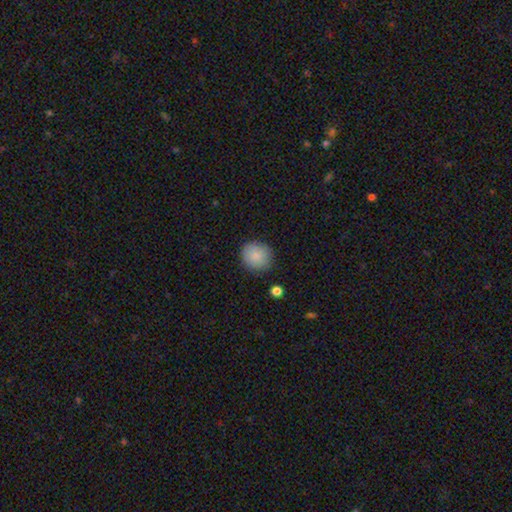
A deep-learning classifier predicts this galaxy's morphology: Overall: smooth (88%). How rounded: round (83%). Merging: none (86%).